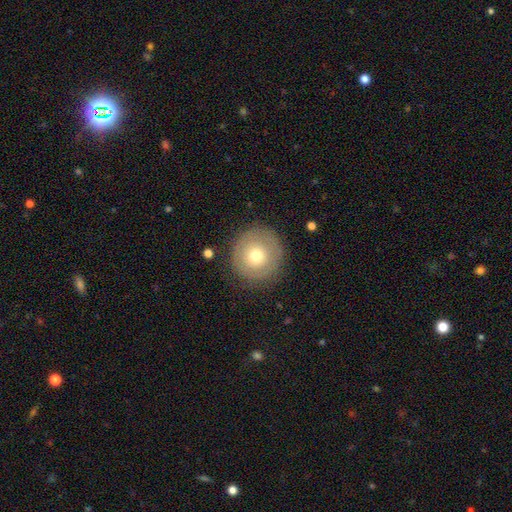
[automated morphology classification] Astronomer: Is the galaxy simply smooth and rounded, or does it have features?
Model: smooth — 62%.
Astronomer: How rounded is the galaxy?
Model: round — 94%.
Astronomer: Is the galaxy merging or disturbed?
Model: none — 84%.